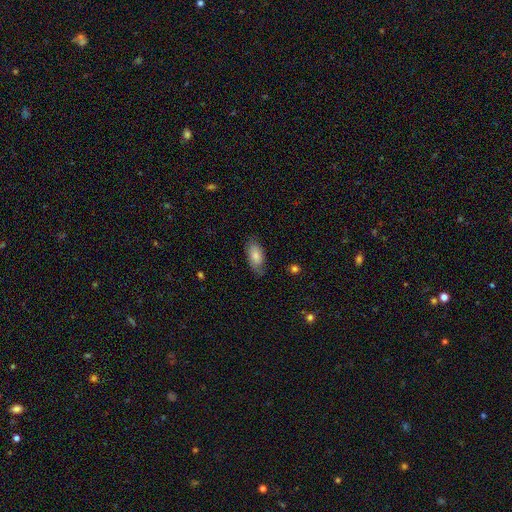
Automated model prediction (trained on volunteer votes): Overall: smooth (78%). How rounded: in between (91%). Merging: none (75%).